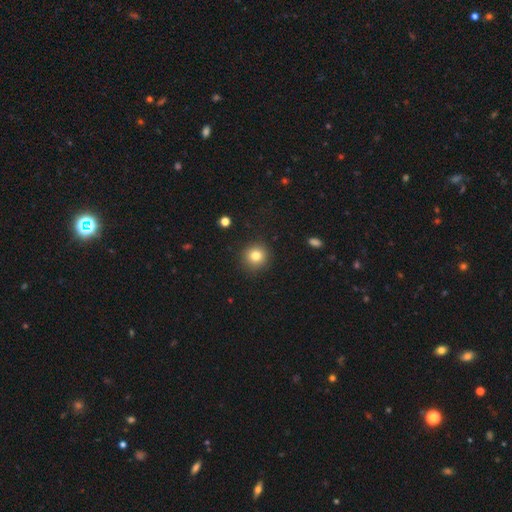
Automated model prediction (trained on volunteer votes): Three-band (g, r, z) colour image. It shows a smooth galaxy with no disk features (81%) that is round (94%). Merging: none (91%).